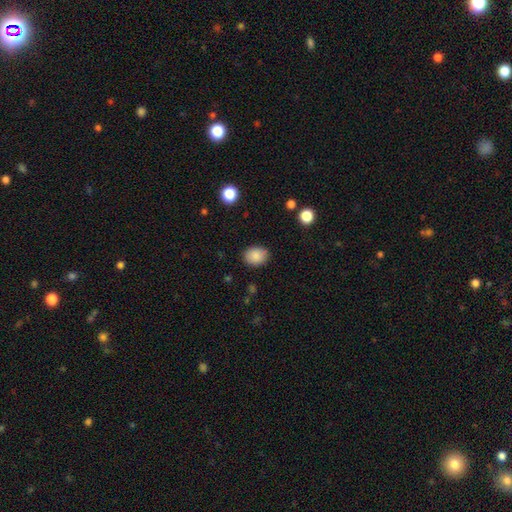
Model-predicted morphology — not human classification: type=smooth (88%); roundness=in between (55%); merging=none (85%).